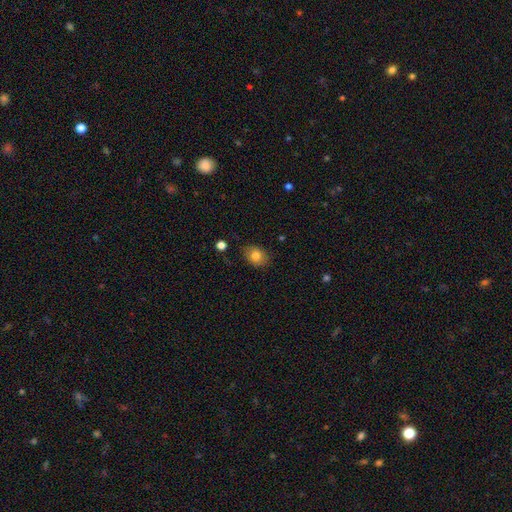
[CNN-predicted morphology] Smooth or featured?
  - smooth: 81% *
  - star or artifact: 9%
  - featured or disk: 9%
How rounded?
  - in between: 63% *
  - round: 36%
  - cigar-shaped: 1%
Merging?
  - none: 82% *
  - minor disturbance: 13%
  - major disturbance: 3%
  - merger: 2%